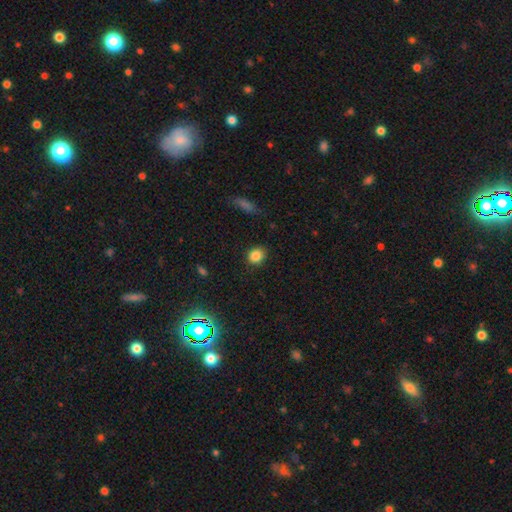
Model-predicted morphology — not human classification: The model was most divided on "how rounded": round: 78%, in between: 21%, cigar-shaped: 1%. More confident: merging — none (88%); smooth or featured — smooth (85%).